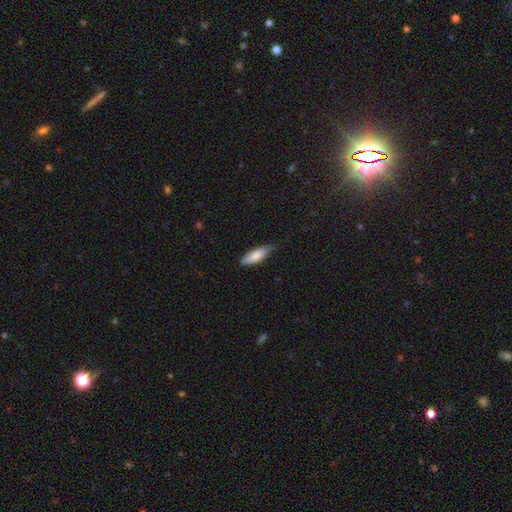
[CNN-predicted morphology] A smooth galaxy with no disk features (80%) that is in between round and cigar-shaped (58%). Merging: none (69%).